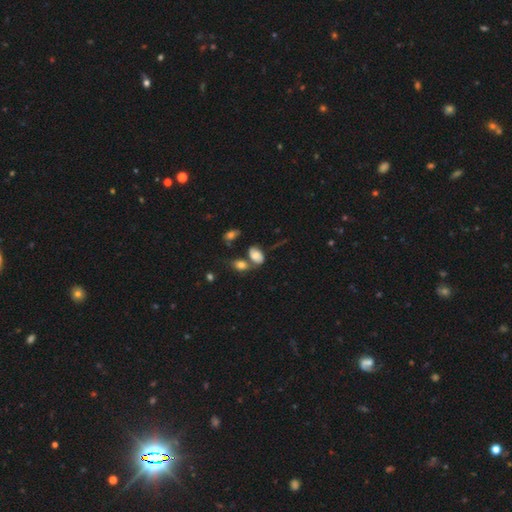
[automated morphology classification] Overall: smooth (67%). How rounded: in between (83%). Merging: none (40%; merger 33%).